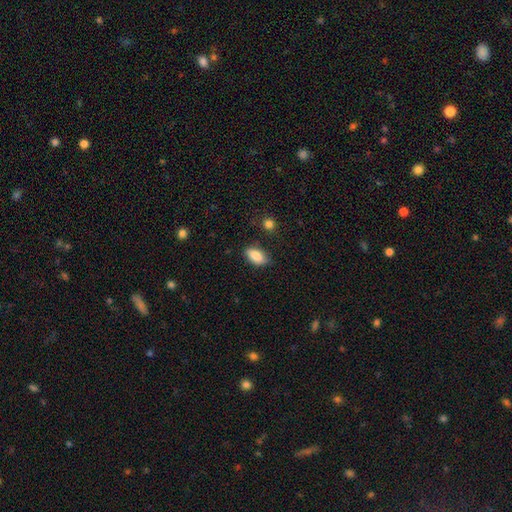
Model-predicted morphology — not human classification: smooth_or_featured: smooth (p=0.83) [alt: featured or disk p=0.10]
how_rounded: in between (p=0.89) [alt: cigar-shaped p=0.06]
merging: none (p=0.78) [alt: minor disturbance p=0.16]